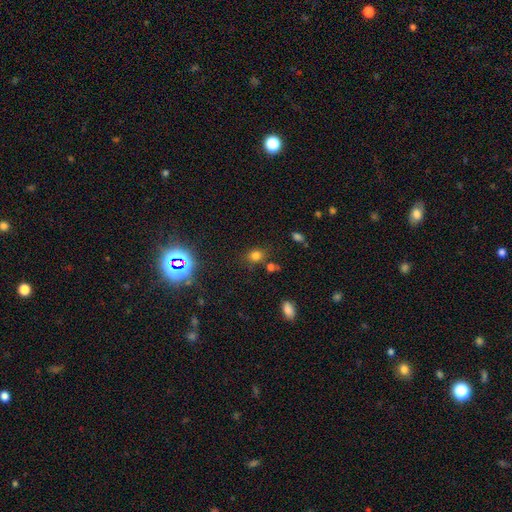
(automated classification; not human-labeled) Morphology: type=smooth (73%); roundness=round (61%); merging=none (74%).